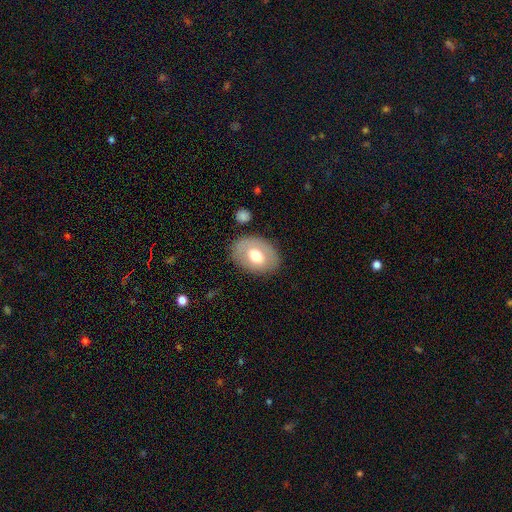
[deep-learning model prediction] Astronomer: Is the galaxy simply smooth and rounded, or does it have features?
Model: smooth — 60%.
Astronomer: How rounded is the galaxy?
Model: in between — 76%.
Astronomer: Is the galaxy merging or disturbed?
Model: none — 81%.